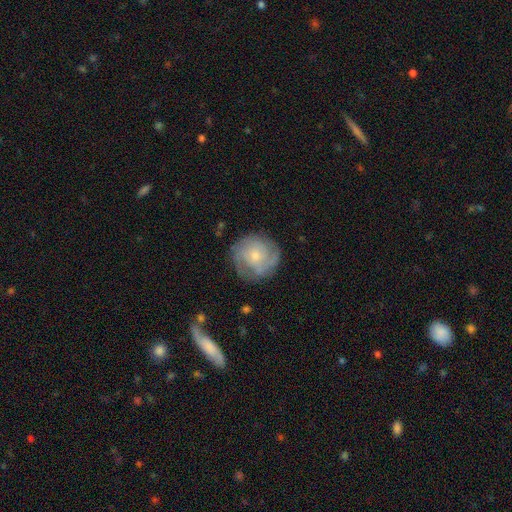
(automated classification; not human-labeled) Q: Smooth or featured?
A: featured or disk (56%); runner-up: smooth (37%)
Q: Edge-on disk?
A: no (97%); runner-up: yes (3%)
Q: Bar?
A: no (79%); runner-up: weak (18%)
Q: Spiral arms?
A: yes (80%); runner-up: no (20%)
Q: Bulge size?
A: small (57%); runner-up: moderate (38%)
Q: Merging?
A: none (75%); runner-up: minor disturbance (17%)